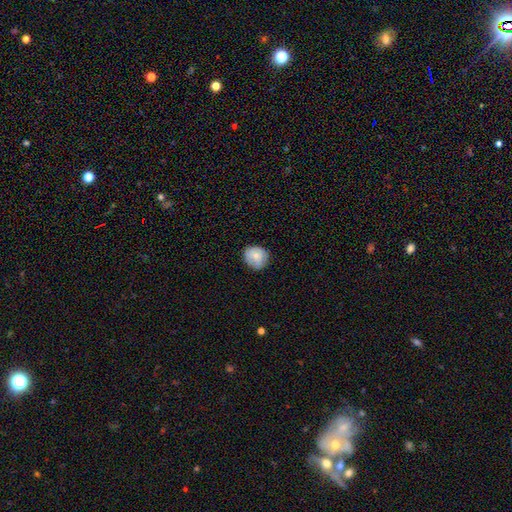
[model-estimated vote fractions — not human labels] Smooth or featured?
  - smooth: 77% *
  - featured or disk: 16%
  - star or artifact: 8%
How rounded?
  - round: 84% *
  - in between: 15%
  - cigar-shaped: 1%
Merging?
  - none: 78% *
  - minor disturbance: 18%
  - major disturbance: 3%
  - merger: 1%